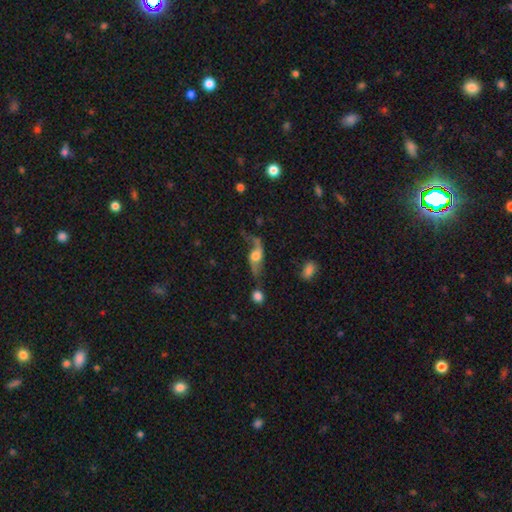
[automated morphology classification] type=featured or disk (73%); edge-on=no (79%); bar=no (64%); spiral arms=yes (88%); winding=loose (89%); arm count=2 (89%); bulge=moderate (47%); merging=none (48%).